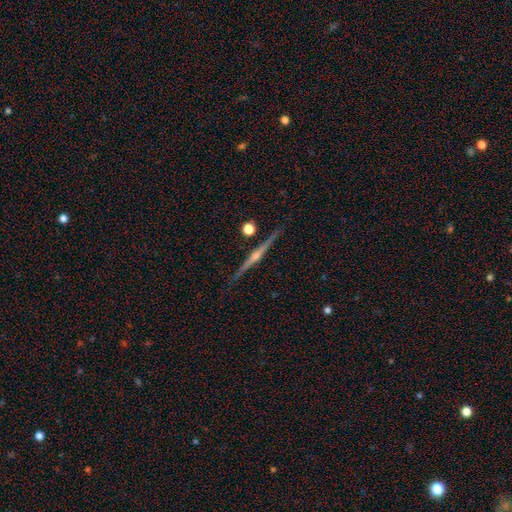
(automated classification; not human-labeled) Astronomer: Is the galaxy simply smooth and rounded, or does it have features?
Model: featured or disk — 85%.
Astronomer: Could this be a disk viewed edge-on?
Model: yes — 99%.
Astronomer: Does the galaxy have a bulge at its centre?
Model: rounded — 89%.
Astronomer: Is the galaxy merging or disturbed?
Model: none — 90%.